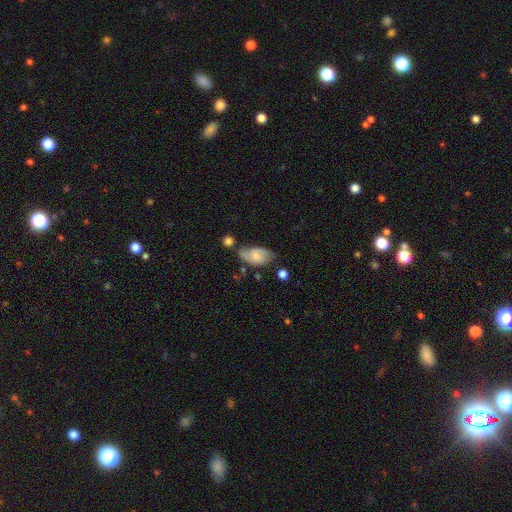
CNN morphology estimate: smooth-or-featured: smooth: 55% | featured or disk: 37% | star or artifact: 8%
  how-rounded: in between: 91% | round: 6% | cigar-shaped: 3%
  merging: none: 46% | minor disturbance: 30% | major disturbance: 13% | merger: 11%